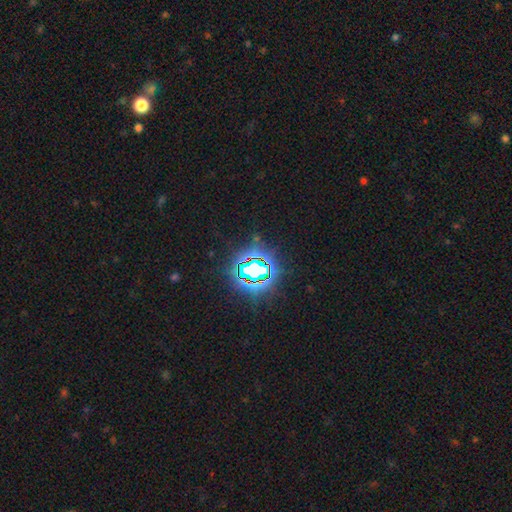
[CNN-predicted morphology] star or artifact 82%, smooth 11%, featured or disk 7%.